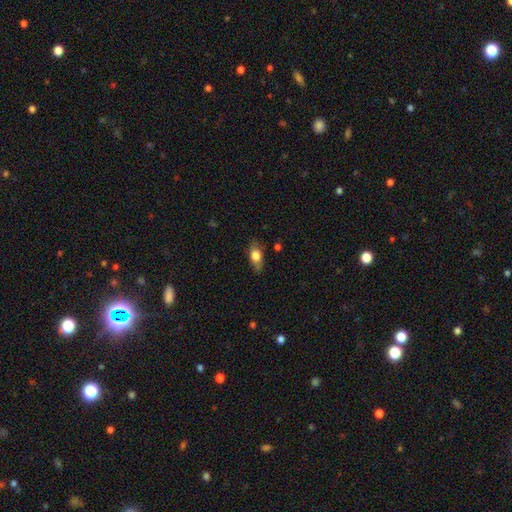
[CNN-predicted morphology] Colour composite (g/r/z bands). It shows a smooth galaxy with no disk features (73%) that is in between round and cigar-shaped (79%). Merging: none (76%).